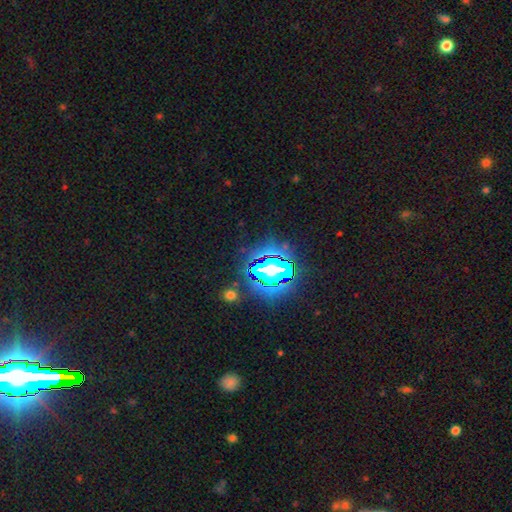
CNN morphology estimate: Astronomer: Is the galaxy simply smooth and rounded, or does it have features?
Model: star or artifact — 78%.